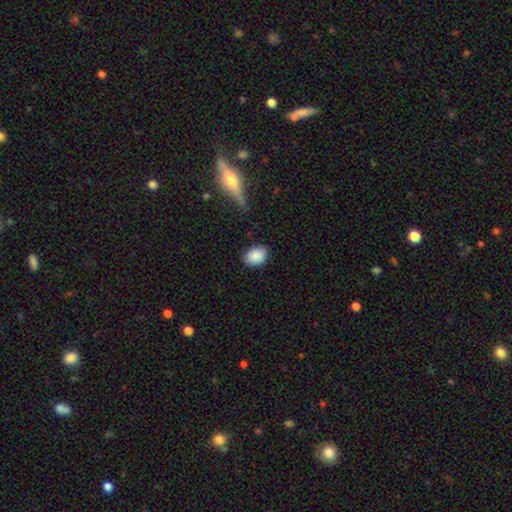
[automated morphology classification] smooth-or-featured: smooth: 87% | star or artifact: 7% | featured or disk: 6%
  how-rounded: in between: 76% | round: 23% | cigar-shaped: 1%
  merging: none: 82% | minor disturbance: 14% | major disturbance: 3% | merger: 2%